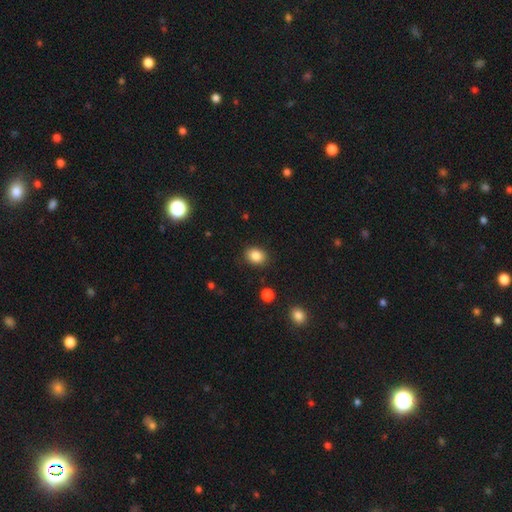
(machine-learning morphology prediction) This appears to be a smooth galaxy with no disk features (86%) that is in between round and cigar-shaped (57%). Merging: none (88%).